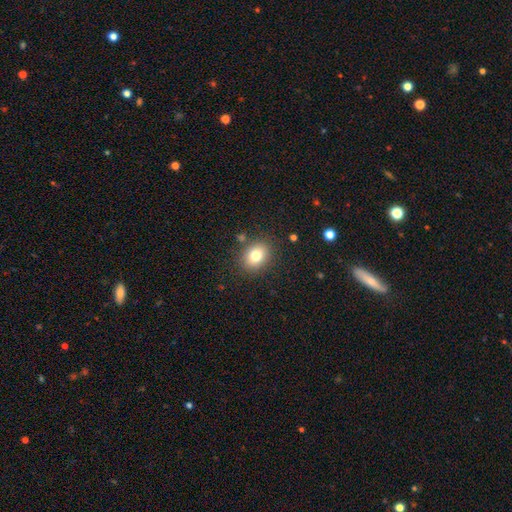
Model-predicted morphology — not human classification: Overall: smooth (78%). How rounded: in between (51%; round 48%). Merging: none (84%).